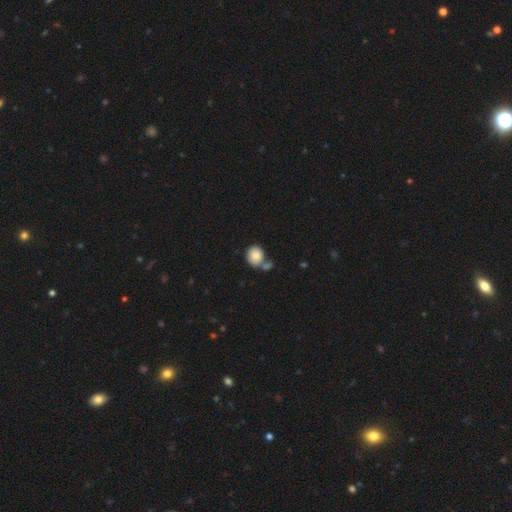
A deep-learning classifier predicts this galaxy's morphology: smooth_or_featured: smooth (p=0.82) [alt: featured or disk p=0.10]
how_rounded: round (p=0.79) [alt: in between p=0.20]
merging: none (p=0.50) [alt: merger p=0.32]